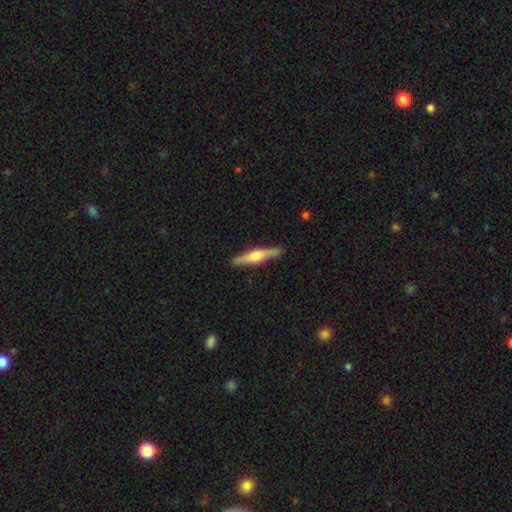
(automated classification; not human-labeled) A featured or disk galaxy (60%) viewed edge-on (97%) with a rounded central bulge (84%). Merging: none (89%).